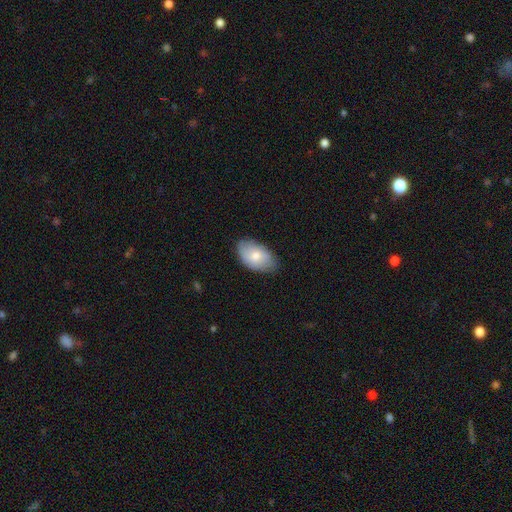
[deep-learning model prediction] smooth-or-featured: smooth: 71% | featured or disk: 23% | star or artifact: 6%
  how-rounded: in between: 93% | round: 6% | cigar-shaped: 1%
  merging: none: 76% | minor disturbance: 19% | major disturbance: 3% | merger: 1%